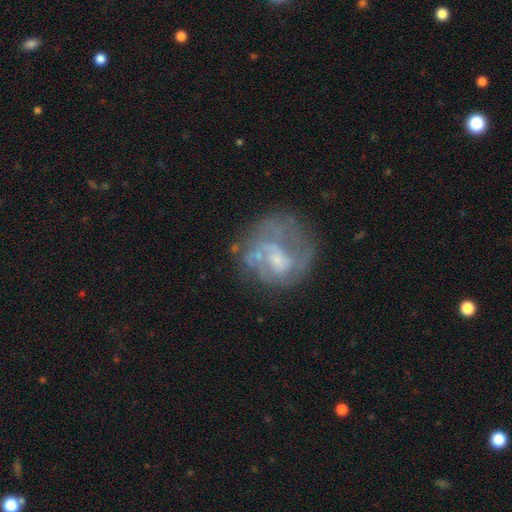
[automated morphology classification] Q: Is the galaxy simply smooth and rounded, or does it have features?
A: featured or disk — 67%.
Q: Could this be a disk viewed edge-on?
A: no — 98%.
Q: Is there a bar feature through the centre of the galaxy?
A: no — 60%.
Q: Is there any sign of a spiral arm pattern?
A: yes — 62%.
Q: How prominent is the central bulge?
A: small — 42%.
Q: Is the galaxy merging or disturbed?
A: none — 46%.